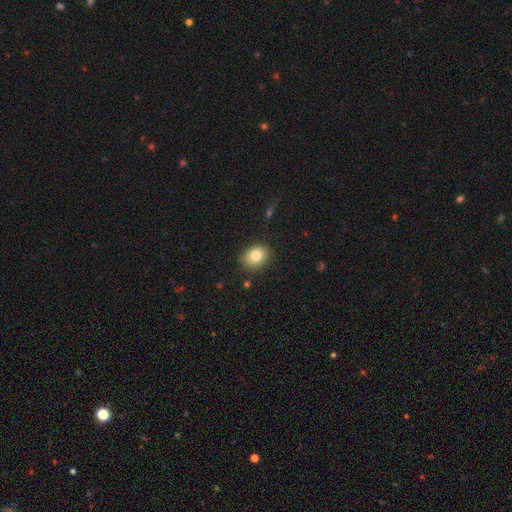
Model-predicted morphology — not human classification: The model was most divided on "how rounded": in between: 53%, round: 46%, cigar-shaped: 1%. More confident: merging — none (85%); smooth or featured — smooth (83%).